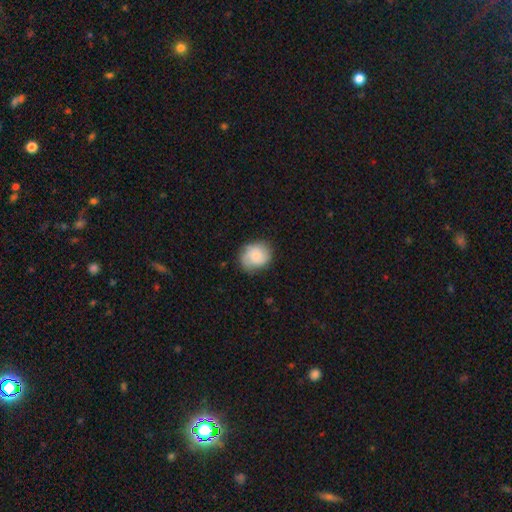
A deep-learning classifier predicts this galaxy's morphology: Smooth or featured?
  - smooth: 53% *
  - featured or disk: 40%
  - star or artifact: 7%
How rounded?
  - round: 69% *
  - in between: 30%
  - cigar-shaped: 1%
Merging?
  - none: 74% *
  - minor disturbance: 20%
  - major disturbance: 5%
  - merger: 1%